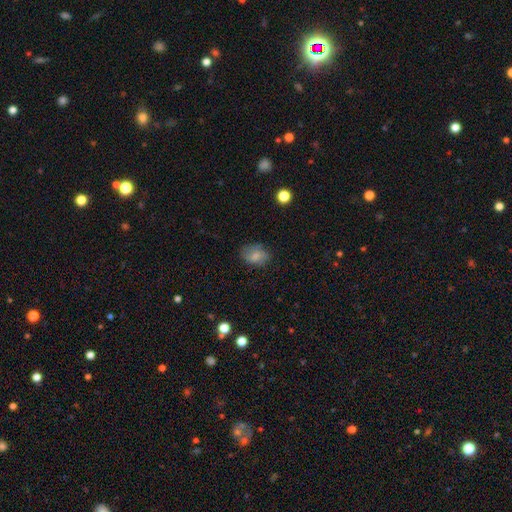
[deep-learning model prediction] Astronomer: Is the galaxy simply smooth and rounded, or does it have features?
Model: smooth — 74%.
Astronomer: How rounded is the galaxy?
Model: in between — 75%.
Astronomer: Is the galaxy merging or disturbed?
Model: none — 68%.